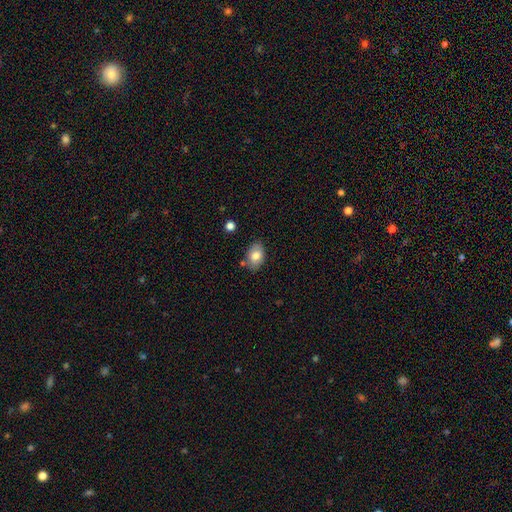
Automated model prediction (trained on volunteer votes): Smooth or featured? smooth (79%)
How rounded? in between (85%)
Merging? none (79%)